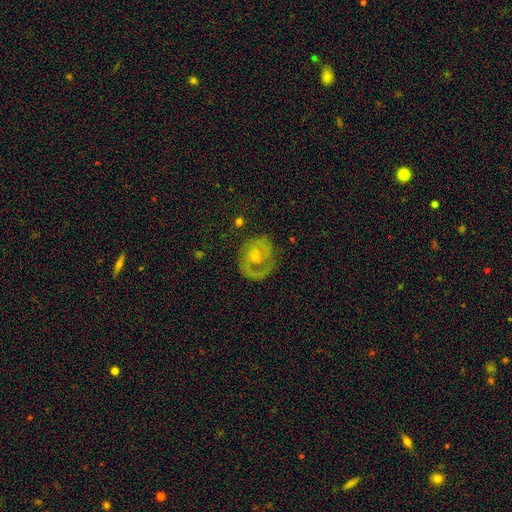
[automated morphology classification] The model was most divided on "bulge size": small: 51%, moderate: 38%, none: 6%, large: 3%, dominant: 1%. More confident: edge-on disk — no (98%); spiral arms — yes (75%); bar — no (73%); smooth or featured — featured or disk (68%); merging — none (62%).